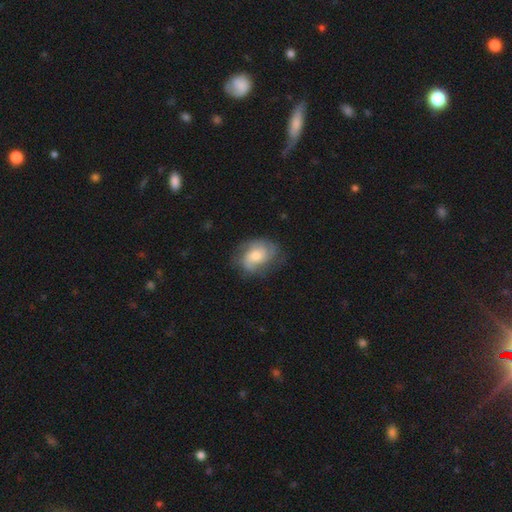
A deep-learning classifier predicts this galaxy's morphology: Smooth or featured: featured or disk — 65% (smooth — 28%)
Edge-on disk: no — 97% (yes — 3%)
Bar: no — 69% (weak — 27%)
Spiral arms: yes — 91% (no — 9%)
Spiral winding: medium — 43% (tight — 39%)
Spiral arm count: 2 — 48% (can't tell — 21%)
Bulge size: moderate — 58% (small — 25%)
Merging: none — 68% (minor disturbance — 22%)